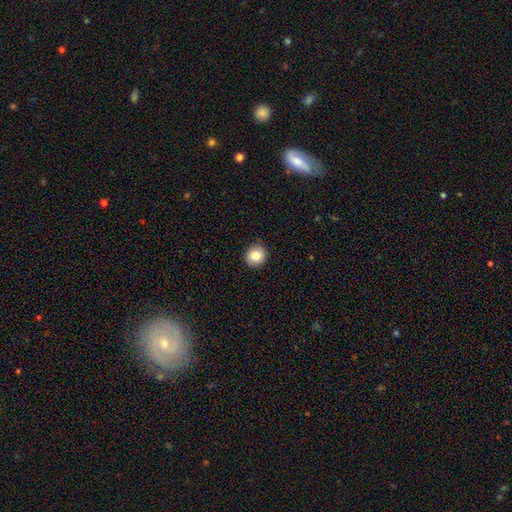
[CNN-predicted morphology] A smooth galaxy with no disk features (84%) that is round (86%). Merging: none (89%).